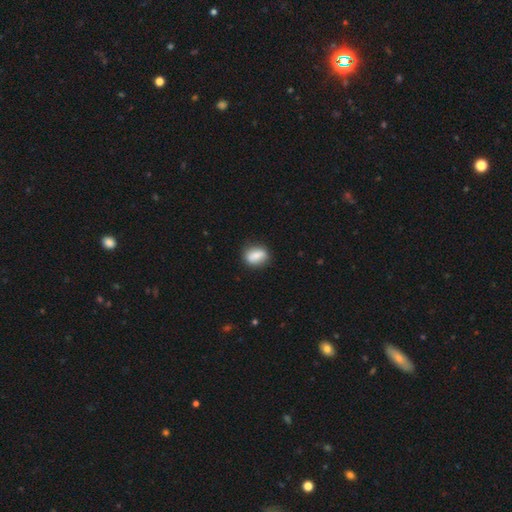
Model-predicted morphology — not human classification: Q: Smooth or featured?
A: smooth (80%); runner-up: featured or disk (12%)
Q: How rounded?
A: in between (63%); runner-up: round (33%)
Q: Merging?
A: none (81%); runner-up: minor disturbance (14%)